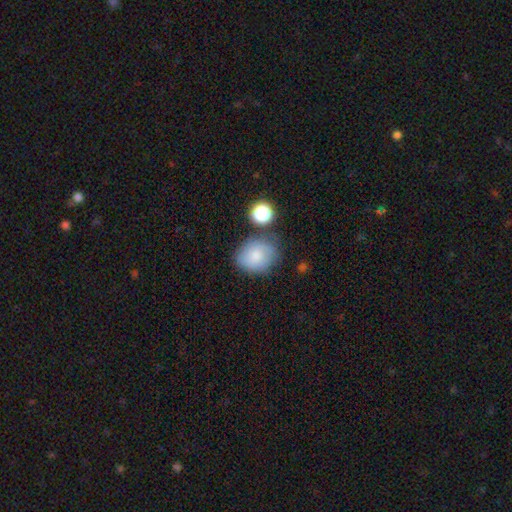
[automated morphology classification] This appears to be a smooth galaxy with no disk features (79%) that is in between round and cigar-shaped (53%). Merging: none (67%).